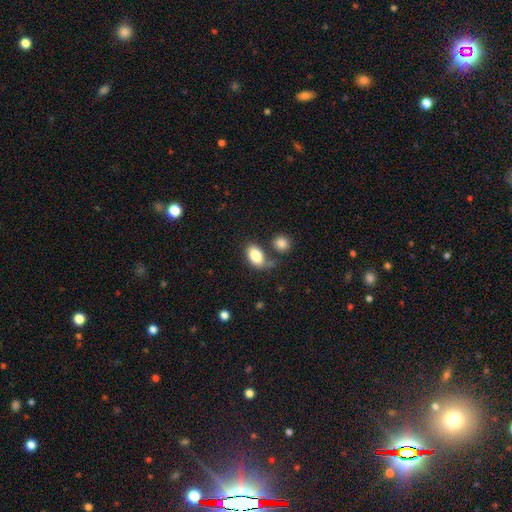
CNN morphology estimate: The model was most divided on "merging": none: 51%, merger: 20%, minor disturbance: 20%, major disturbance: 9%. More confident: how rounded — in between (87%); smooth or featured — smooth (84%).